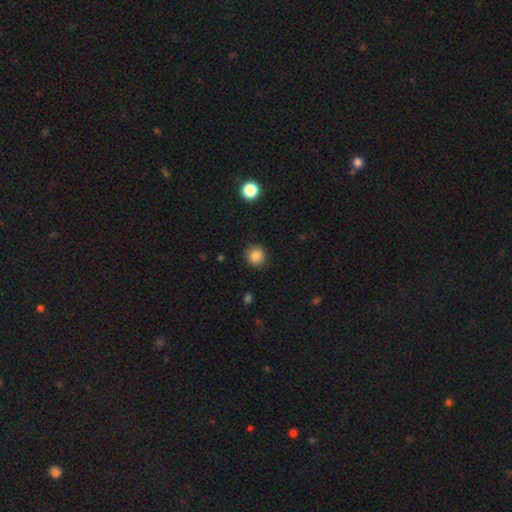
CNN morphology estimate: smooth-or-featured: smooth: 86% | star or artifact: 11% | featured or disk: 3%
  how-rounded: round: 92% | in between: 7% | cigar-shaped: 1%
  merging: none: 90% | minor disturbance: 6% | major disturbance: 2% | merger: 1%